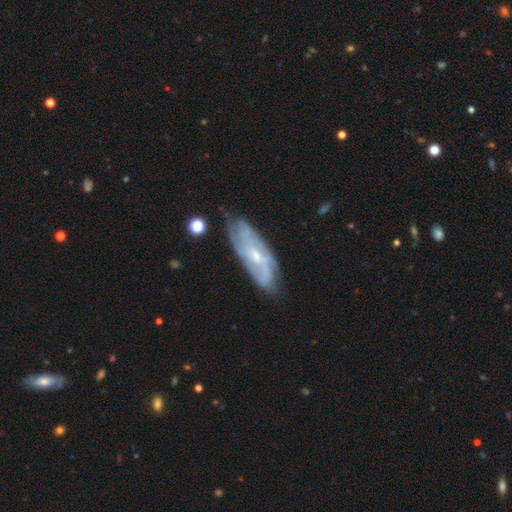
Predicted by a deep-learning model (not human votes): This appears to be a featured or disk galaxy (74%) with no bar (55%), tight (46%) spiral arms (89%) and a small central bulge (58%). Merging: none (65%).